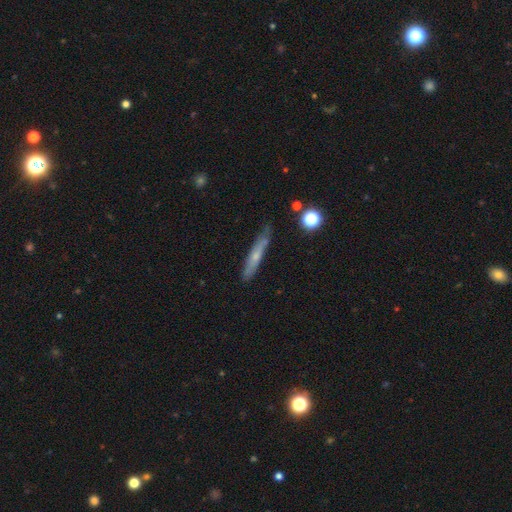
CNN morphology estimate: This appears to be a smooth galaxy with no disk features (51%) that is cigar-shaped (91%). Merging: none (75%).